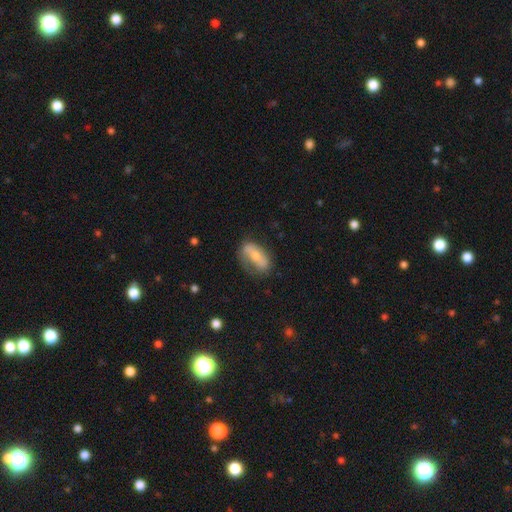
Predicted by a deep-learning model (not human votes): Q: Smooth or featured?
A: smooth (52%); runner-up: featured or disk (41%)
Q: How rounded?
A: in between (83%); runner-up: cigar-shaped (11%)
Q: Merging?
A: none (56%); runner-up: minor disturbance (27%)